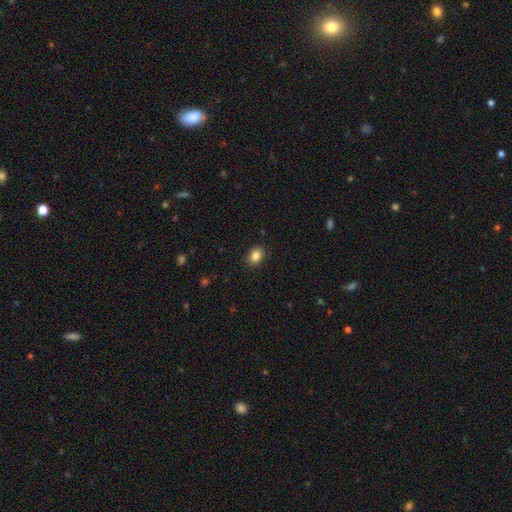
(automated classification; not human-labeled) Smooth or featured?
  - smooth: 85% *
  - star or artifact: 10%
  - featured or disk: 6%
How rounded?
  - in between: 58% *
  - round: 41%
  - cigar-shaped: 1%
Merging?
  - none: 89% *
  - minor disturbance: 8%
  - major disturbance: 2%
  - merger: 1%